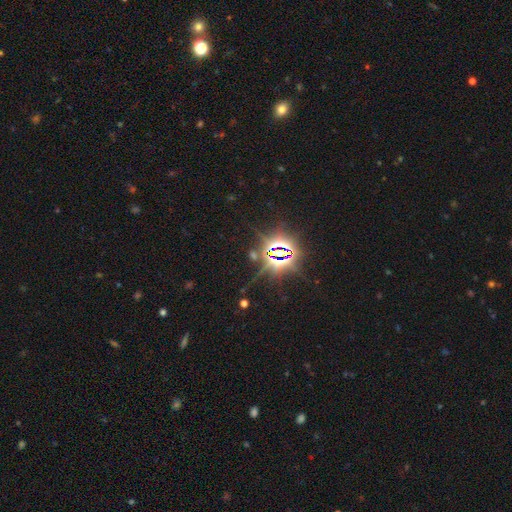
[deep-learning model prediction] Overall: star or artifact (84%).